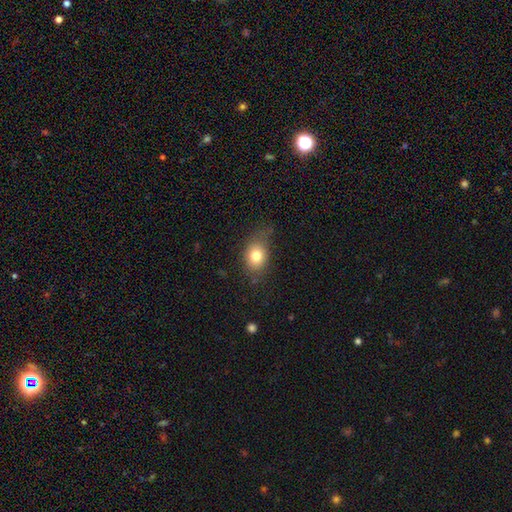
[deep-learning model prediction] This is likely a smooth galaxy (78%). How rounded: possibly in between (59%). Merging: possibly none (59%).